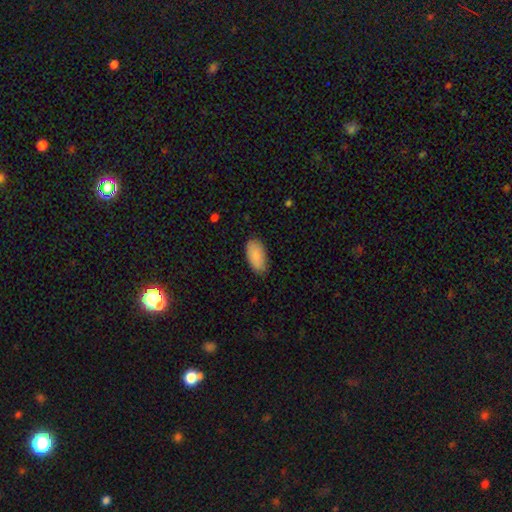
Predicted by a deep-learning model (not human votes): This appears to be a smooth galaxy with no disk features (89%) that is in between round and cigar-shaped (94%). Merging: none (81%).